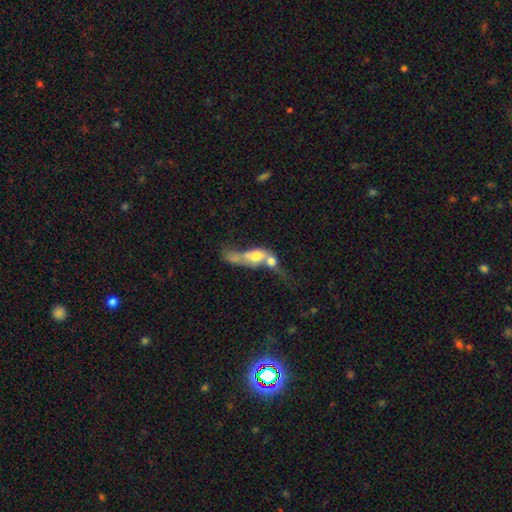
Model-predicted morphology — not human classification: smooth 50%, featured or disk 40%, star or artifact 10%. Down the decision tree: how rounded — in between (60%); merging — merger (76%).